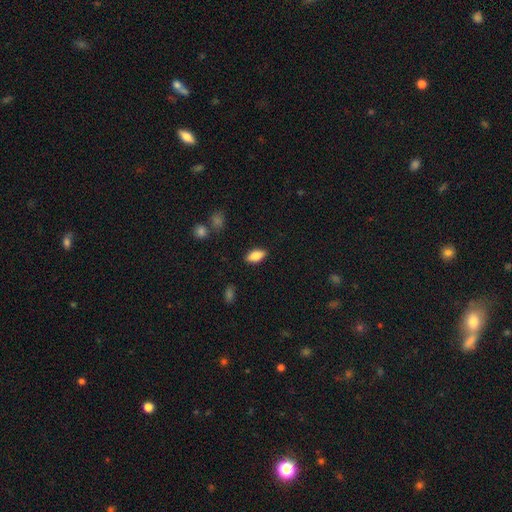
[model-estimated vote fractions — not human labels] smooth 81%, featured or disk 11%, star or artifact 7%. Down the decision tree: how rounded — in between (89%); merging — none (87%).